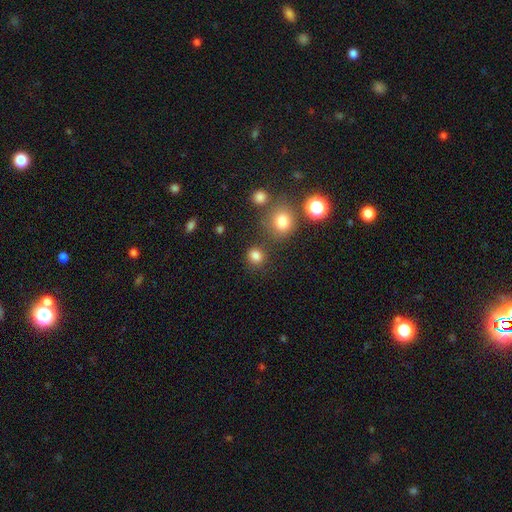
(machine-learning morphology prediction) smooth 81%, star or artifact 14%, featured or disk 5%. Down the decision tree: how rounded — round (82%); merging — none (79%).